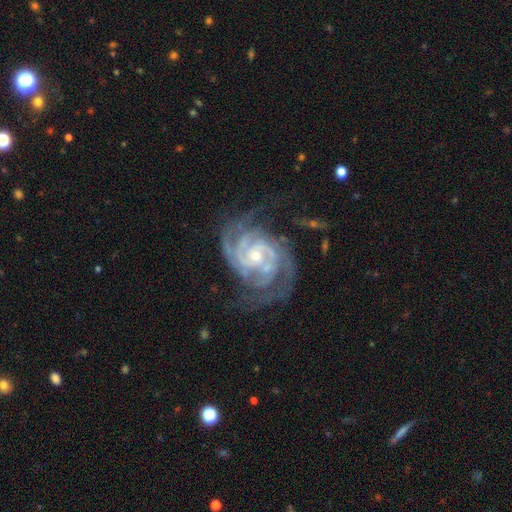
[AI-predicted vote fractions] Q: Smooth or featured?
A: featured or disk (92%); runner-up: star or artifact (5%)
Q: Edge-on disk?
A: no (98%); runner-up: yes (2%)
Q: Bar?
A: no (64%); runner-up: weak (27%)
Q: Spiral arms?
A: yes (98%); runner-up: no (2%)
Q: Spiral winding?
A: tight (64%); runner-up: medium (31%)
Q: Spiral arm count?
A: 3 (30%); tied with: 2 (30%)
Q: Bulge size?
A: small (65%); runner-up: moderate (32%)
Q: Merging?
A: none (62%); runner-up: minor disturbance (20%)